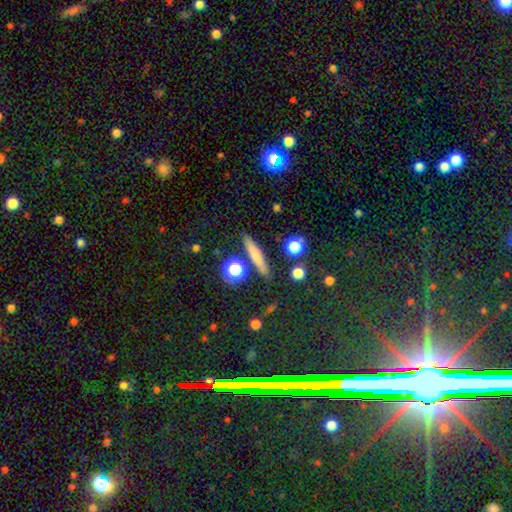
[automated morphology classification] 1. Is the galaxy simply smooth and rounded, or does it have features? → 66% smooth, 24% featured or disk, 11% star or artifact.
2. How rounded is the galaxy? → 83% cigar-shaped, 10% in between, 7% round.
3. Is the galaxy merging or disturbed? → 84% none, 9% minor disturbance, 4% merger, 3% major disturbance.